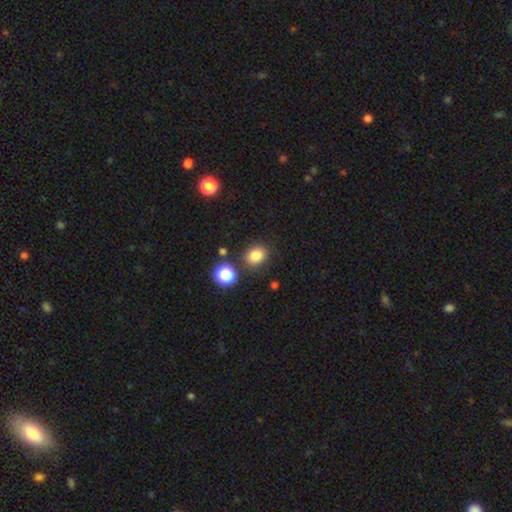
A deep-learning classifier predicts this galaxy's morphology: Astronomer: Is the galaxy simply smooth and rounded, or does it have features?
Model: smooth — 83%.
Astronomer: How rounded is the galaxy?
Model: round — 59% (runner-up: in between, 40%).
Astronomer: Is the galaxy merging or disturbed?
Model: none — 82%.